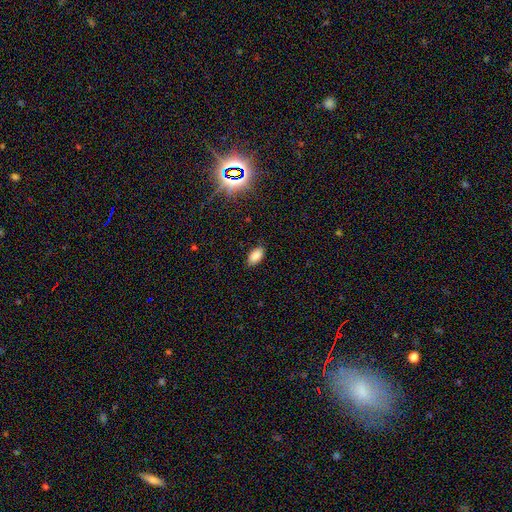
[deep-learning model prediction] Morphology: type=smooth (84%); roundness=in between (94%); merging=none (84%).